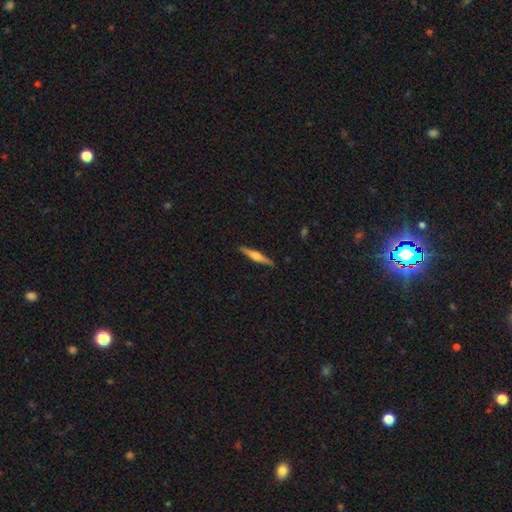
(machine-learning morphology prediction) This is likely a featured or disk galaxy (64%). It is clearly viewed edge-on (98%). Edge-on bulge: clearly rounded (81%). Merging: clearly none (90%).